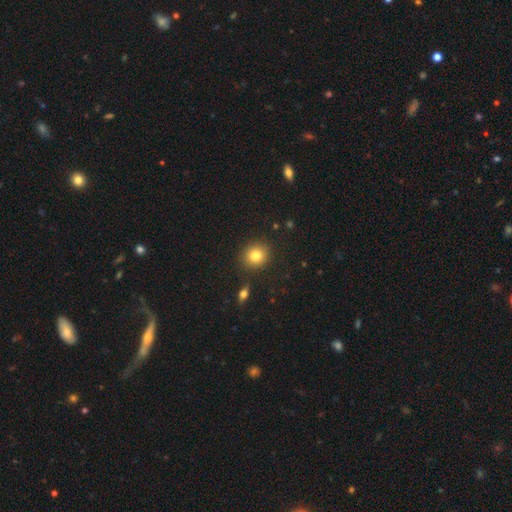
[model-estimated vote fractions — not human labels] This is clearly a smooth galaxy (82%). How rounded: clearly round (81%). Merging: clearly none (87%).